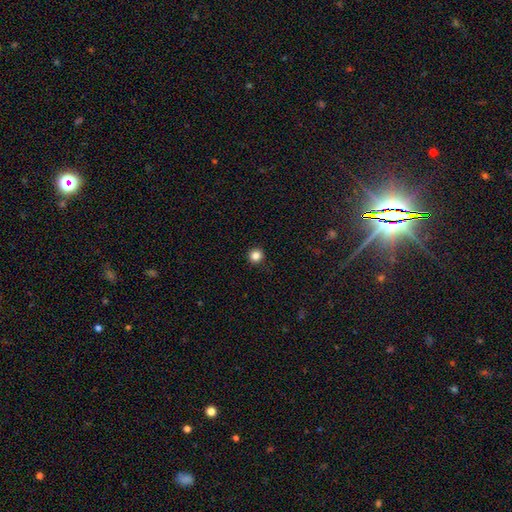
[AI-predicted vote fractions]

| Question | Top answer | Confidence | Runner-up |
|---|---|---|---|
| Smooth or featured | smooth | 84% | star or artifact (12%) |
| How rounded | round | 95% | in between (4%) |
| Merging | none | 93% | minor disturbance (4%) |